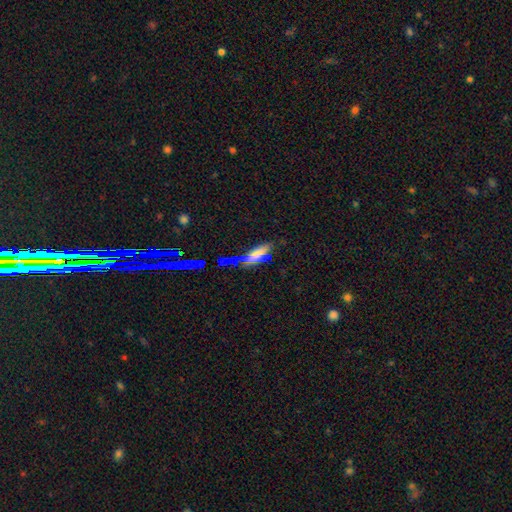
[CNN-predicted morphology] smooth-or-featured: smooth: 58% | featured or disk: 22% | star or artifact: 20%
  how-rounded: in between: 73% | cigar-shaped: 22% | round: 5%
  merging: none: 53% | minor disturbance: 26% | major disturbance: 15% | merger: 6%